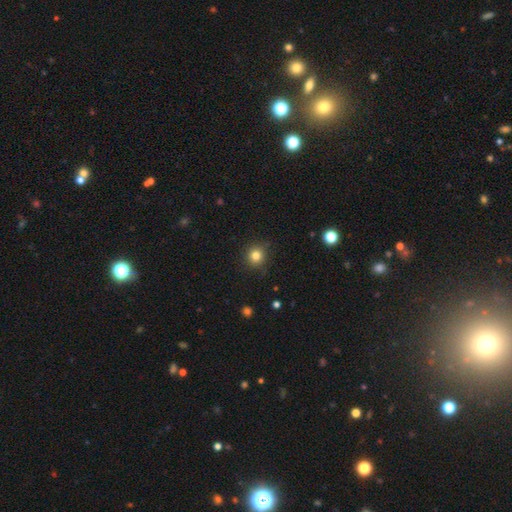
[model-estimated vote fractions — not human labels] Overall: smooth (81%). How rounded: round (92%). Merging: none (88%).